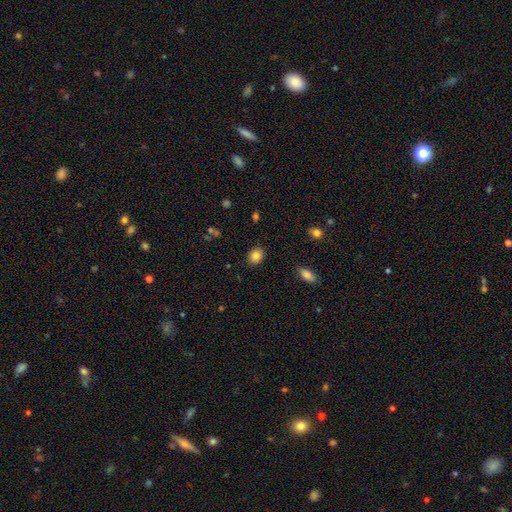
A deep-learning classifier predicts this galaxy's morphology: A smooth galaxy with no disk features (85%) that is round (51%). Merging: none (88%).